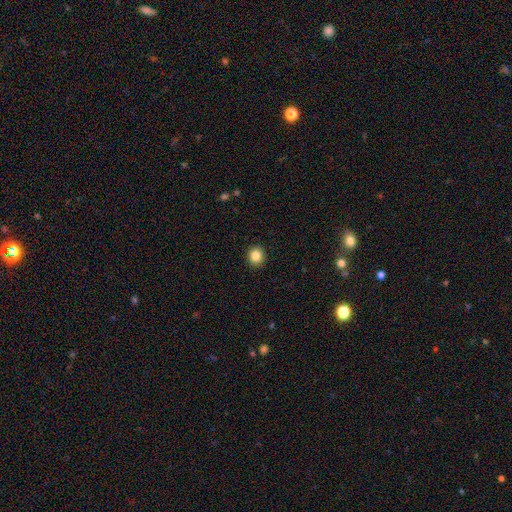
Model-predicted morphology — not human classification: smooth-or-featured: smooth: 85% | star or artifact: 10% | featured or disk: 5%
  how-rounded: round: 87% | in between: 12% | cigar-shaped: 1%
  merging: none: 92% | minor disturbance: 5% | major disturbance: 2% | merger: 1%